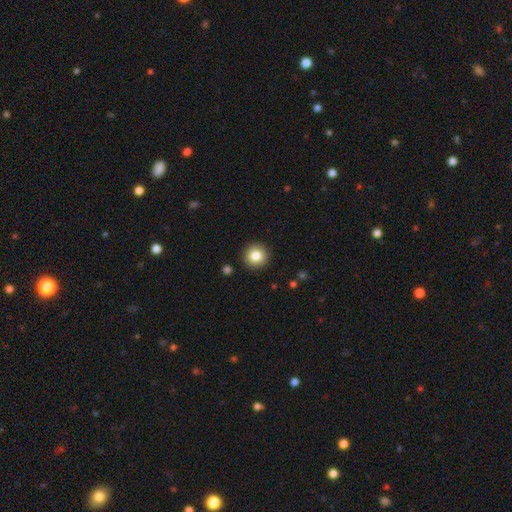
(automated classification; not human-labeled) smooth 83%, star or artifact 10%, featured or disk 8%. Down the decision tree: how rounded — round (94%); merging — none (92%).